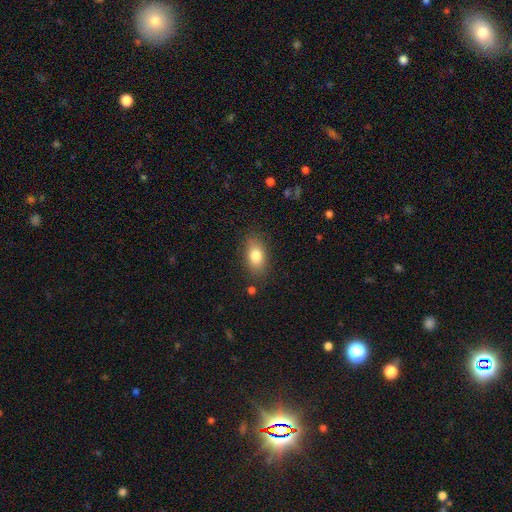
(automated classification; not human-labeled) Morphology: type=smooth (81%); roundness=in between (87%); merging=none (83%).